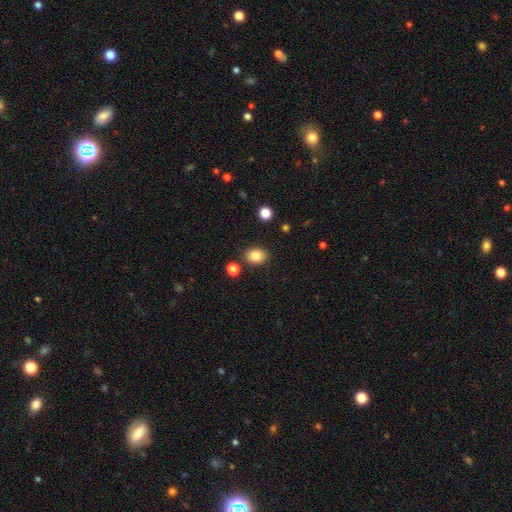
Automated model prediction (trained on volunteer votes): smooth_or_featured: smooth (p=0.83) [alt: star or artifact p=0.10]
how_rounded: in between (p=0.58) [alt: round p=0.41]
merging: none (p=0.85) [alt: minor disturbance p=0.08]